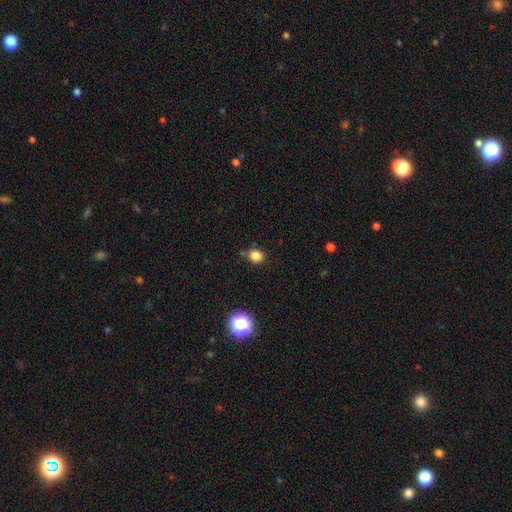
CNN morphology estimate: Smooth or featured? smooth (82%)
How rounded? round (73%)
Merging? none (76%)